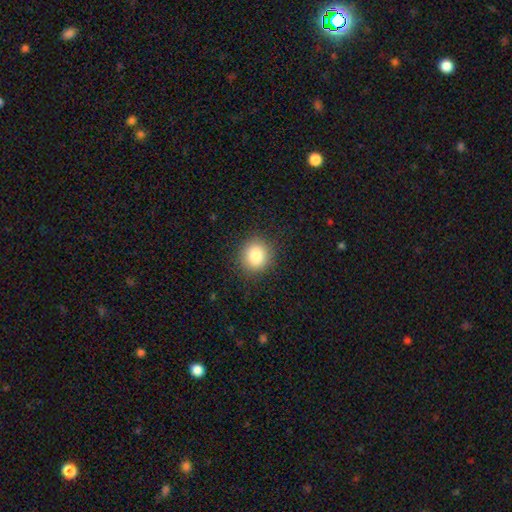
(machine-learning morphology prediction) Smooth or featured? Predicted: smooth (p=0.85). How rounded? Predicted: round (p=0.85). Merging? Predicted: none (p=0.89).